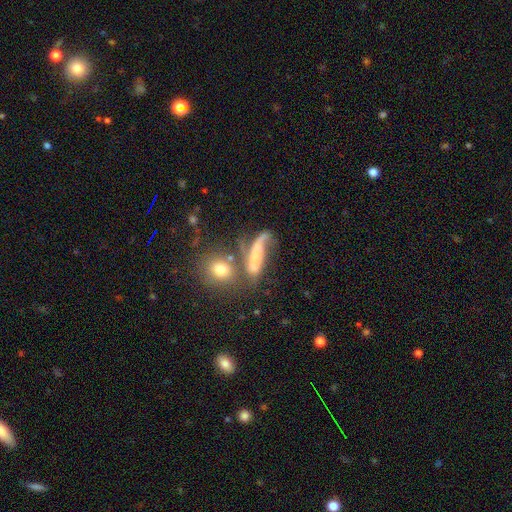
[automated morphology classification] Smooth or featured? Predicted: featured or disk (p=0.46). Merging? Predicted: none (p=0.32).